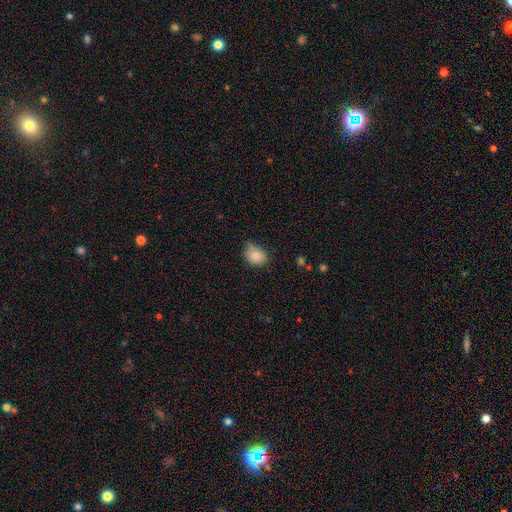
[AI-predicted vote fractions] This appears to be a smooth galaxy with no disk features (82%) that is in between round and cigar-shaped (52%). Merging: none (48%).